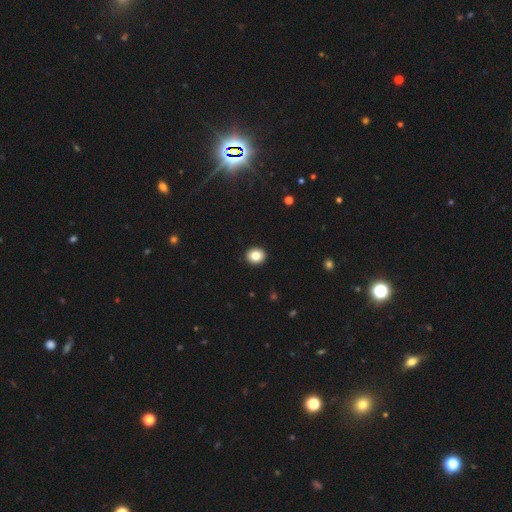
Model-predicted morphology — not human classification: Smooth or featured? smooth (84%)
How rounded? round (81%)
Merging? none (93%)